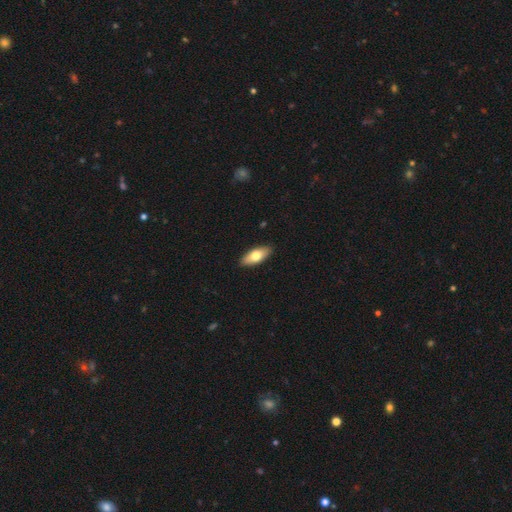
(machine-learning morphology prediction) A smooth galaxy with no disk features (72%) that is in between round and cigar-shaped (83%).

Vote fractions:
- Smooth or featured? smooth: 72% / featured or disk: 22% / star or artifact: 6%
- How rounded? in between: 83% / cigar-shaped: 14% / round: 3%
- Merging? none: 90% / minor disturbance: 8% / major disturbance: 2% / merger: 1%